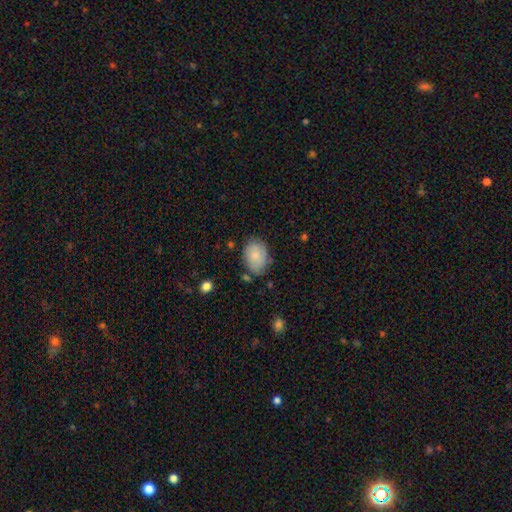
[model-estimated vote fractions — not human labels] The model was most divided on "merging": none: 70%, minor disturbance: 21%, major disturbance: 5%, merger: 4%. More confident: smooth or featured — smooth (82%); how rounded — in between (78%).